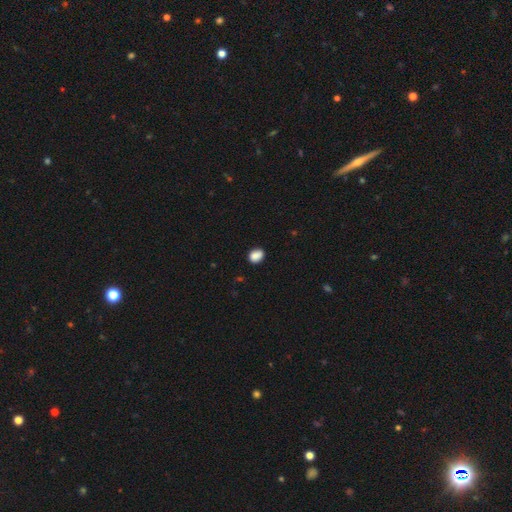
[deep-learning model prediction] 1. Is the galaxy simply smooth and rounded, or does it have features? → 87% smooth, 9% star or artifact, 4% featured or disk.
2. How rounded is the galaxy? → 55% in between, 44% round, 1% cigar-shaped.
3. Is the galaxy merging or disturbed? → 82% none, 14% minor disturbance, 3% major disturbance, 2% merger.